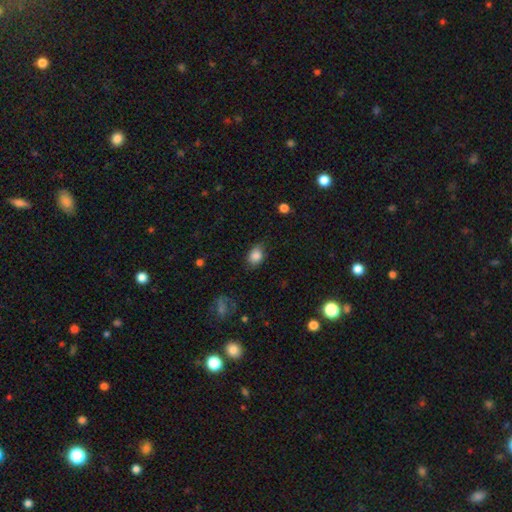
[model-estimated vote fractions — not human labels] smooth-or-featured: smooth: 85% | star or artifact: 9% | featured or disk: 7%
  how-rounded: in between: 72% | round: 27% | cigar-shaped: 1%
  merging: none: 72% | minor disturbance: 22% | major disturbance: 5% | merger: 1%